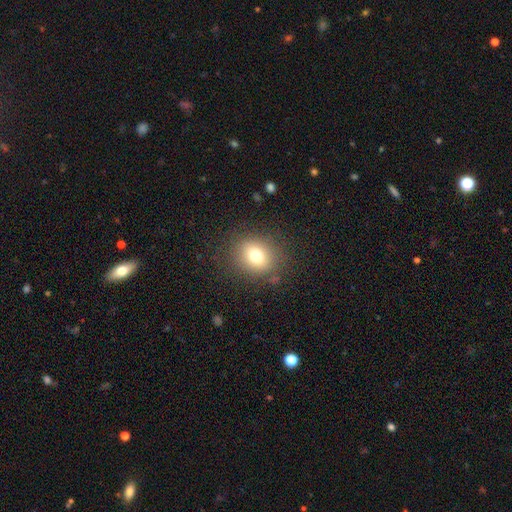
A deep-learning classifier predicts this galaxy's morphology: A smooth galaxy with no disk features (74%) that is round (71%). Merging: none (84%).